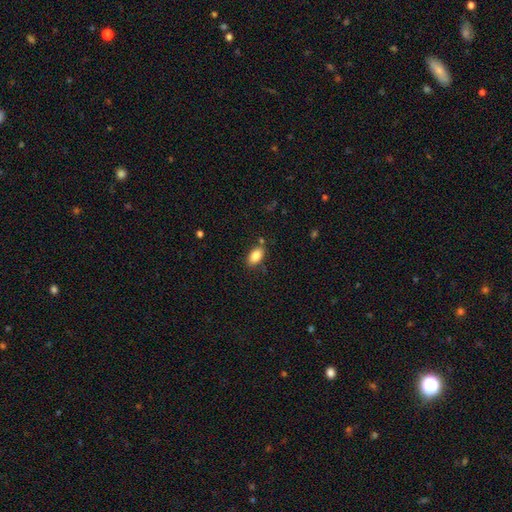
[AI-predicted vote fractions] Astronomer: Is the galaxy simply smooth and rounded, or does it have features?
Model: smooth — 86%.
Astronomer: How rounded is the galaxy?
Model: in between — 91%.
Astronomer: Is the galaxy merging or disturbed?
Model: none — 79%.